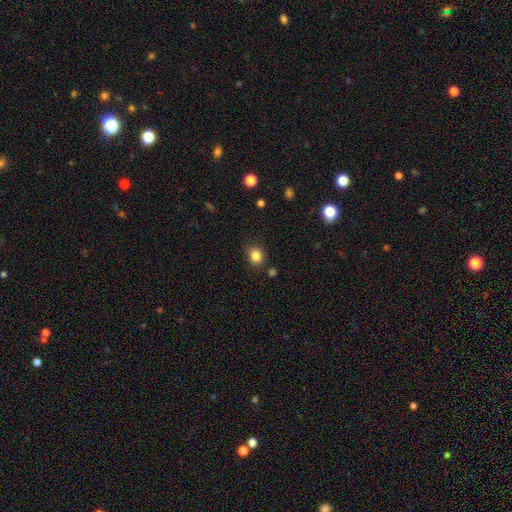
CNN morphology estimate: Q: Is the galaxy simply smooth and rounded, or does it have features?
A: smooth — 85%.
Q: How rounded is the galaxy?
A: round — 74%.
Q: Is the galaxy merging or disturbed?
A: none — 84%.